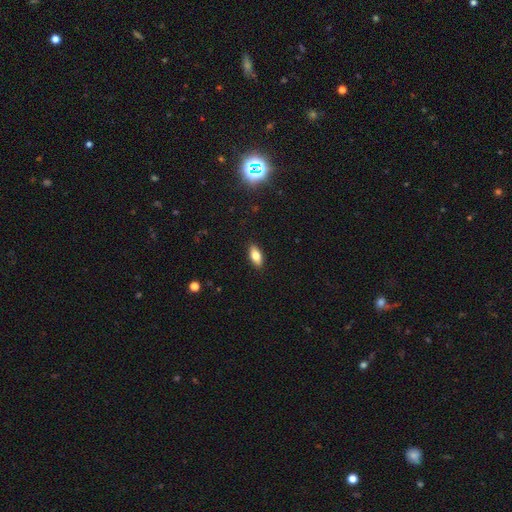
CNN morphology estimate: Smooth or featured: smooth — 76% (featured or disk — 16%)
How rounded: in between — 85% (cigar-shaped — 12%)
Merging: none — 89% (minor disturbance — 8%)